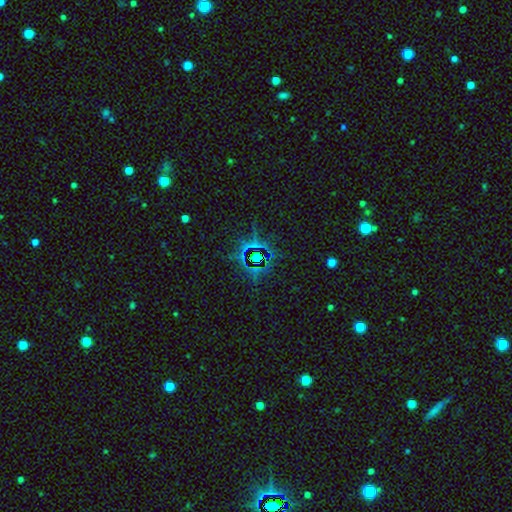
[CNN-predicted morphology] Smooth or featured? Predicted: star or artifact (p=0.79).